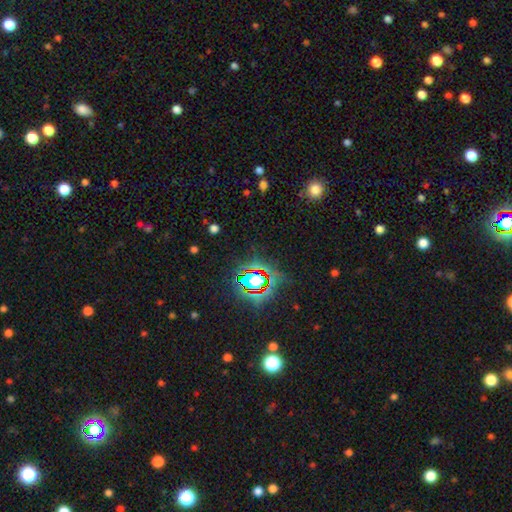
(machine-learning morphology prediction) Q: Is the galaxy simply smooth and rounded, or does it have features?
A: star or artifact — 78%.